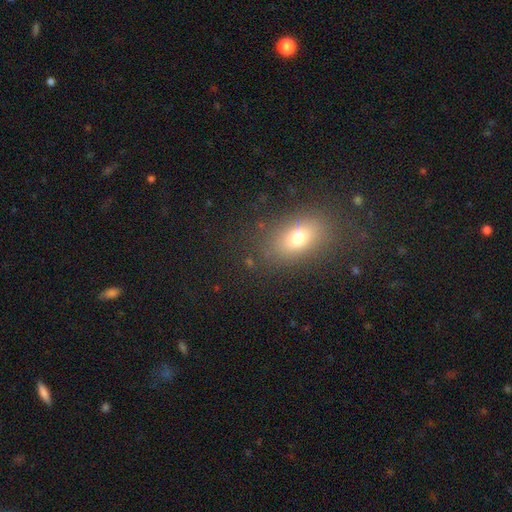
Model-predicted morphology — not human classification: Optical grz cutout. It shows a smooth galaxy with no disk features (69%) that is in between round and cigar-shaped (78%). Merging: none (85%).